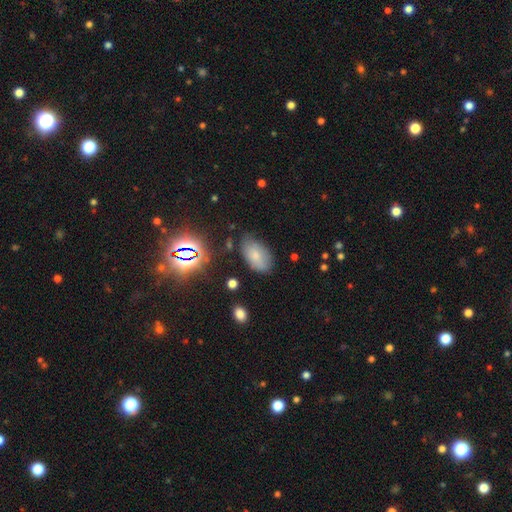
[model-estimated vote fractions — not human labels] smooth_or_featured: smooth (p=0.73) [alt: star or artifact p=0.13]
how_rounded: in between (p=0.93) [alt: round p=0.05]
merging: none (p=0.70) [alt: minor disturbance p=0.21]